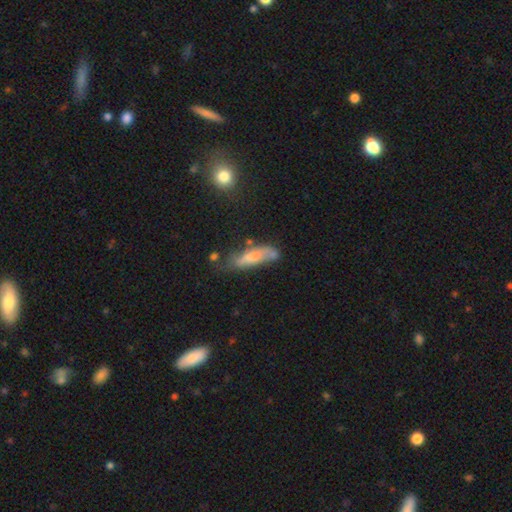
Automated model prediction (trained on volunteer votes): Smooth or featured? Predicted: smooth (p=0.59). How rounded? Predicted: cigar-shaped (p=0.62). Merging? Predicted: none (p=0.46).